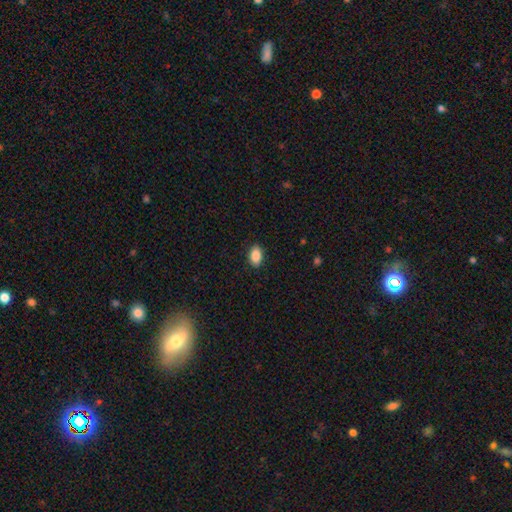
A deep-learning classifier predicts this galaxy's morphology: smooth 89%, star or artifact 7%, featured or disk 4%. Down the decision tree: how rounded — in between (90%); merging — none (89%).